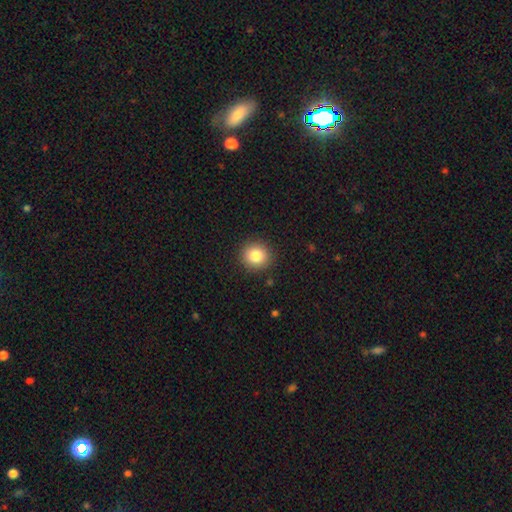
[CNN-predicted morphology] Smooth or featured? Predicted: smooth (p=0.83). How rounded? Predicted: round (p=0.89). Merging? Predicted: none (p=0.90).